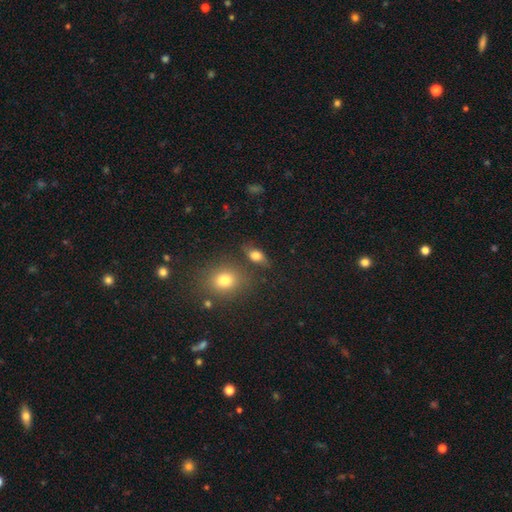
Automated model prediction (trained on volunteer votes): A smooth galaxy with no disk features (76%) that is in between round and cigar-shaped (77%). Merging: none (69%).